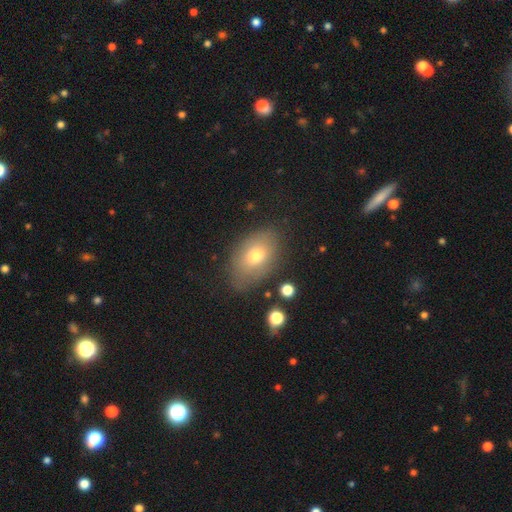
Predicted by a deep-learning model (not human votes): A smooth galaxy with no disk features (70%) that is in between round and cigar-shaped (85%). Merging: none (73%).